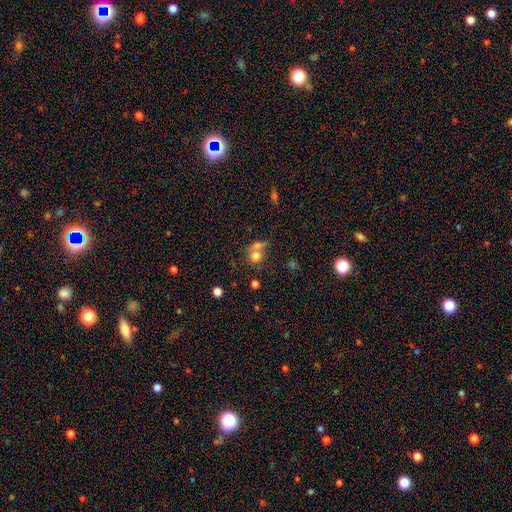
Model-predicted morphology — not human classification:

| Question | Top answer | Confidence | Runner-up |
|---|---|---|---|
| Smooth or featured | smooth | 74% | featured or disk (13%) |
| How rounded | round | 79% | in between (20%) |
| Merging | merger | 46% | none (39%) |